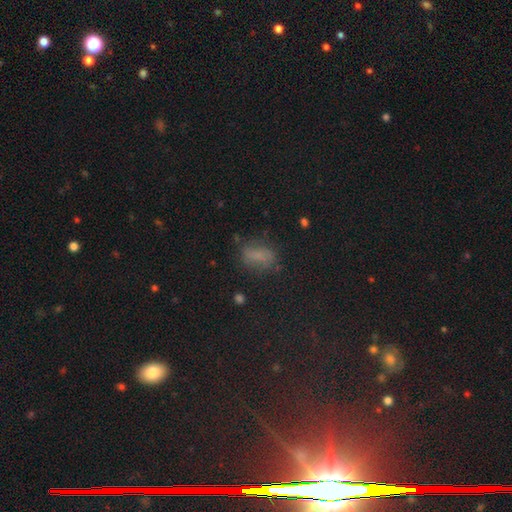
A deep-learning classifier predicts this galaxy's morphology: The model was most divided on "merging": none: 59%, minor disturbance: 23%, major disturbance: 14%, merger: 3%. More confident: how rounded — in between (81%); smooth or featured — smooth (62%).